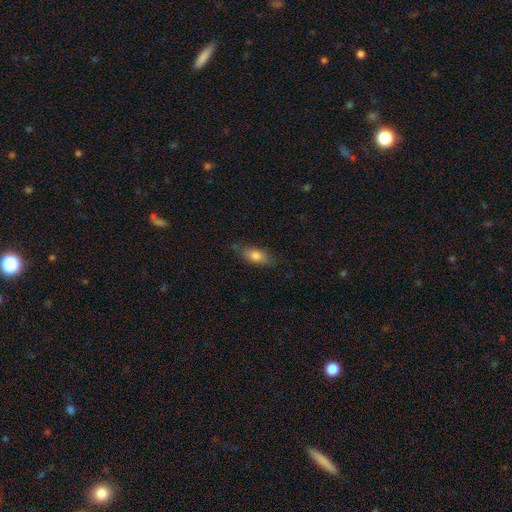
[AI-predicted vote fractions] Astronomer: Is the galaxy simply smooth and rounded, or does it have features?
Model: smooth — 76%.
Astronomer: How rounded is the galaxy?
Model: in between — 78%.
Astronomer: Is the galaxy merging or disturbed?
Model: none — 76%.